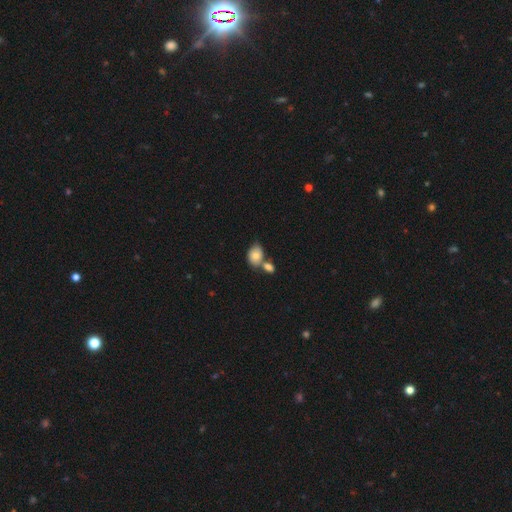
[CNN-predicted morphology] type=smooth (77%); roundness=in between (70%); merging=merger (45%).